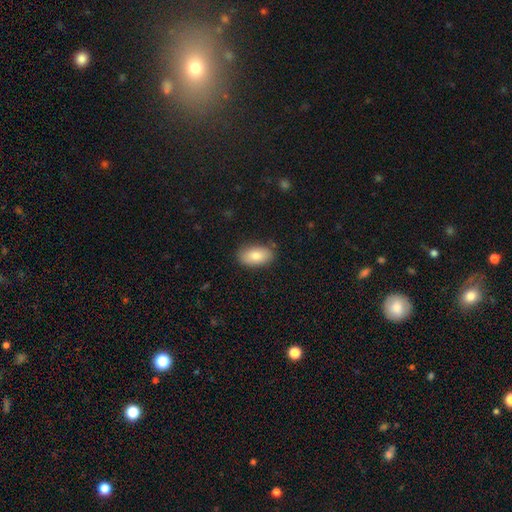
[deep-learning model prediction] smooth 83%, featured or disk 10%, star or artifact 7%. Down the decision tree: how rounded — in between (93%); merging — none (83%).